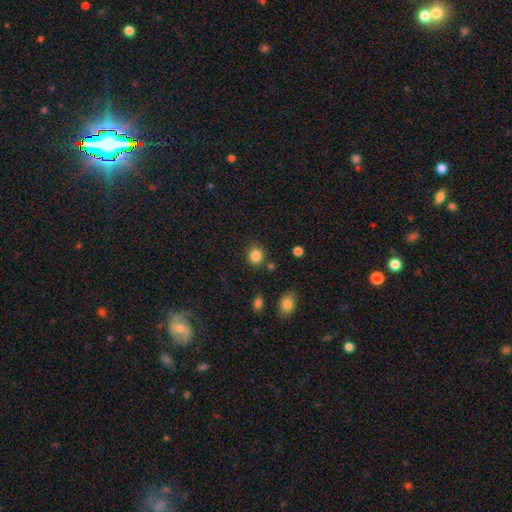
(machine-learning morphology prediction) The model was most divided on "how rounded": round: 79%, in between: 20%, cigar-shaped: 1%. More confident: smooth or featured — smooth (85%); merging — none (80%).